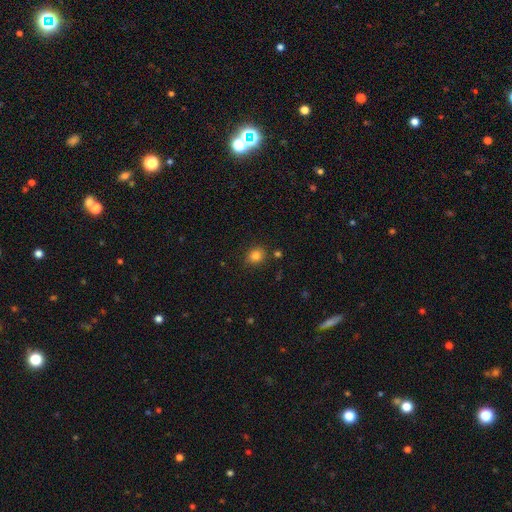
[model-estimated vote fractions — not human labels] smooth 82%, star or artifact 12%, featured or disk 6%. Down the decision tree: how rounded — round (70%); merging — none (84%).